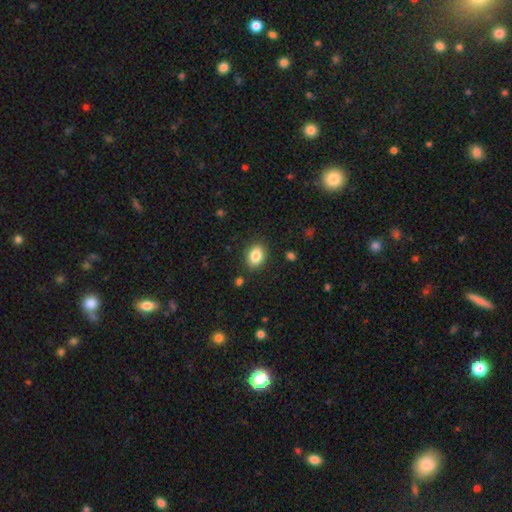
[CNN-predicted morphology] A smooth galaxy with no disk features (86%) that is in between round and cigar-shaped (67%). Merging: none (87%).